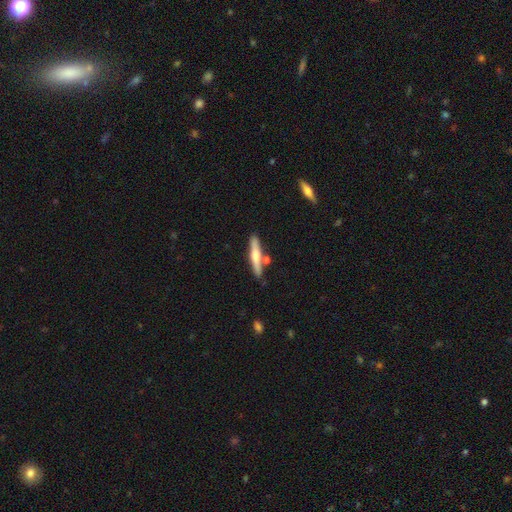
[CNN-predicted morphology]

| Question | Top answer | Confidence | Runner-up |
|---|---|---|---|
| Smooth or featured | smooth | 50% | featured or disk (45%) |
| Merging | none | 77% | minor disturbance (11%) |